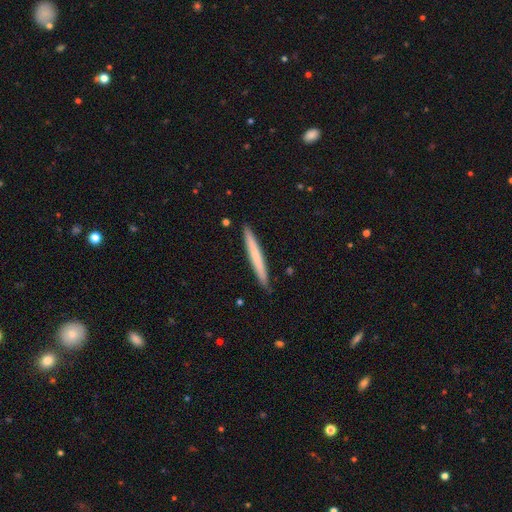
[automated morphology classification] Smooth or featured?
  - smooth: 65% *
  - featured or disk: 29%
  - star or artifact: 5%
How rounded?
  - cigar-shaped: 97% *
  - in between: 2%
  - round: 1%
Merging?
  - none: 91% *
  - minor disturbance: 7%
  - major disturbance: 1%
  - merger: 1%